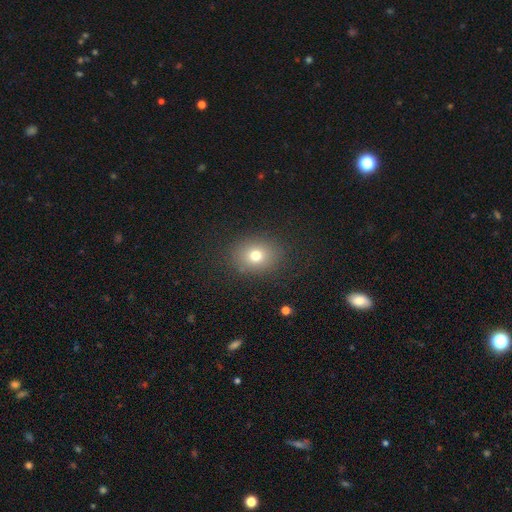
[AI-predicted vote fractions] Smooth or featured? smooth (74%)
How rounded? round (57%)
Merging? none (86%)